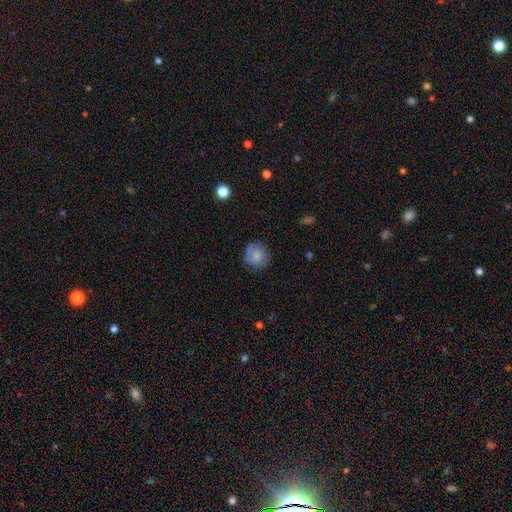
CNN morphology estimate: The model was most divided on "merging": none: 74%, minor disturbance: 19%, major disturbance: 5%, merger: 1%. More confident: how rounded — round (85%); smooth or featured — smooth (79%).